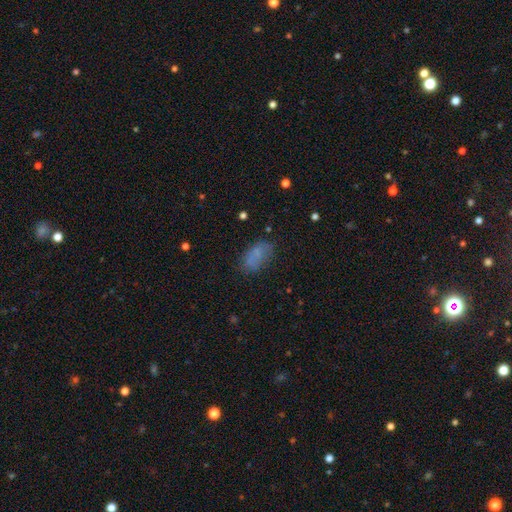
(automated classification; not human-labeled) This is likely a smooth galaxy (75%). How rounded: clearly in between (91%). Merging: likely none (67%).